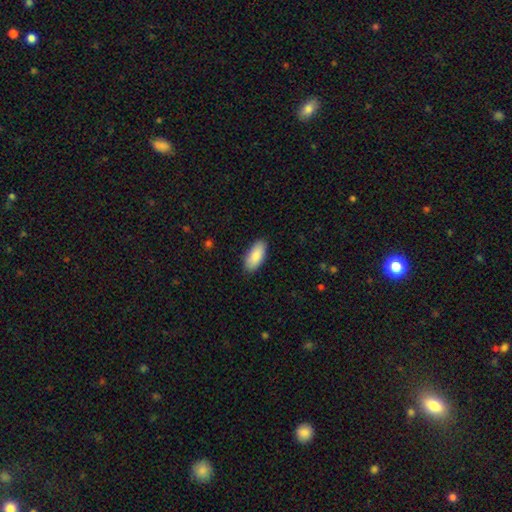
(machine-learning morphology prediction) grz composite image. It shows a smooth galaxy with no disk features (88%) that is in between round and cigar-shaped (90%). Merging: none (88%).